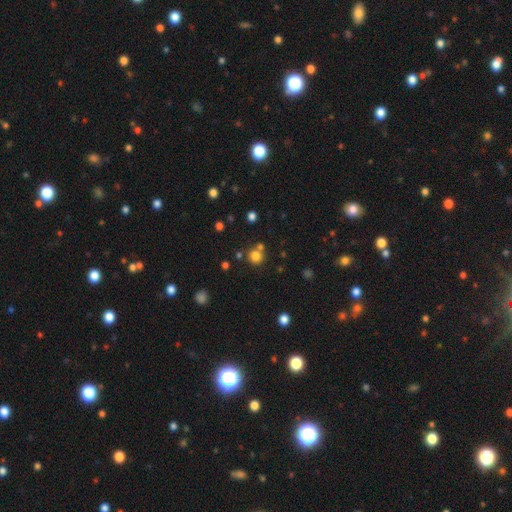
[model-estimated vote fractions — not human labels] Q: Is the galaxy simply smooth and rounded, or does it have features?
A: smooth — 78%.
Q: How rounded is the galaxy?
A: round — 92%.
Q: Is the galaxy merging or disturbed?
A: none — 70%.